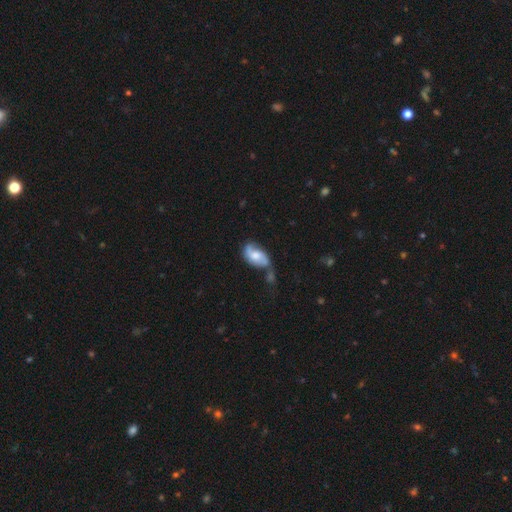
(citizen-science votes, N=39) A featured or disk galaxy (67%) with no bar (54%), 2 (95%) loose (64%) spiral arms (85%) and a moderate central bulge (50%). Merging: none (33%).